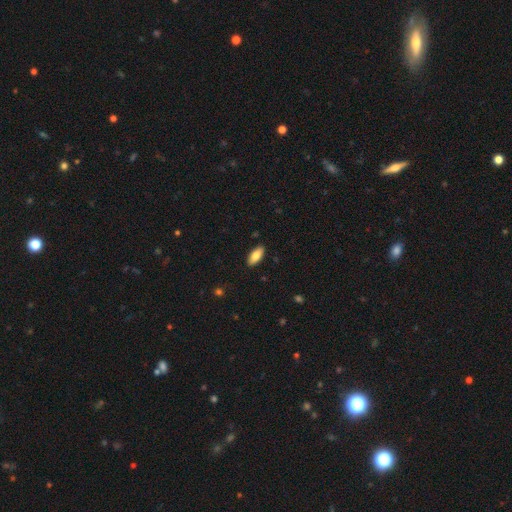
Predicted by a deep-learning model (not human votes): Smooth or featured?
  - smooth: 81% *
  - featured or disk: 13%
  - star or artifact: 6%
How rounded?
  - in between: 86% *
  - cigar-shaped: 12%
  - round: 2%
Merging?
  - none: 89% *
  - minor disturbance: 8%
  - major disturbance: 2%
  - merger: 1%